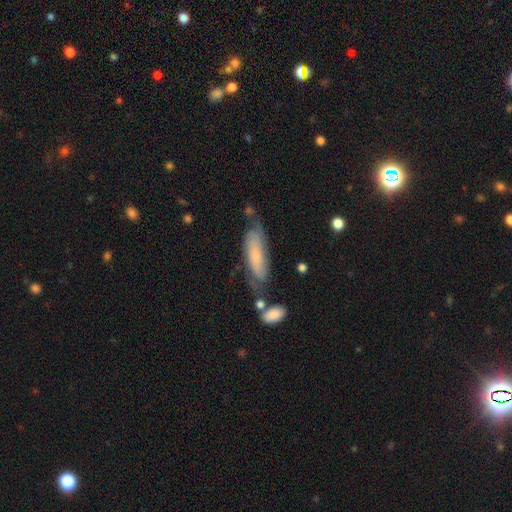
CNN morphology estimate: smooth_or_featured: smooth (p=0.53) [alt: featured or disk p=0.40]
how_rounded: cigar-shaped (p=0.50) [alt: in between p=0.48]
merging: none (p=0.55) [alt: minor disturbance p=0.25]